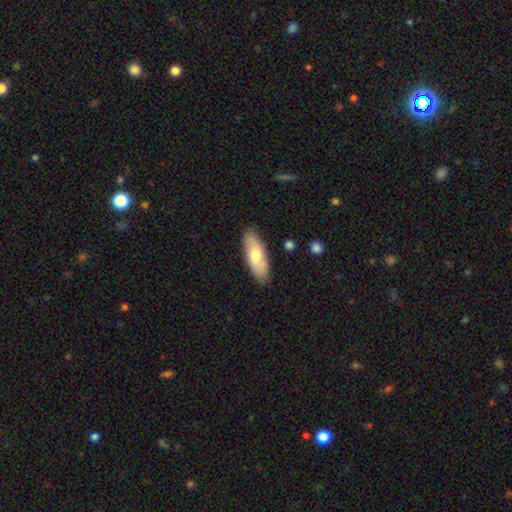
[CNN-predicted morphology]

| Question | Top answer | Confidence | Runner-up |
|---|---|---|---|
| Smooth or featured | smooth | 68% | featured or disk (27%) |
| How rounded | in between | 68% | cigar-shaped (30%) |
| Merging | none | 84% | minor disturbance (12%) |